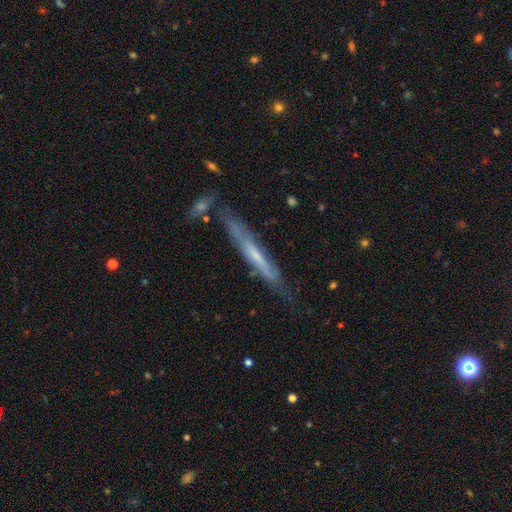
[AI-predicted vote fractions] Morphology: type=featured or disk (61%); edge-on=yes (84%); edge-on bulge=none (66%); merging=none (69%).